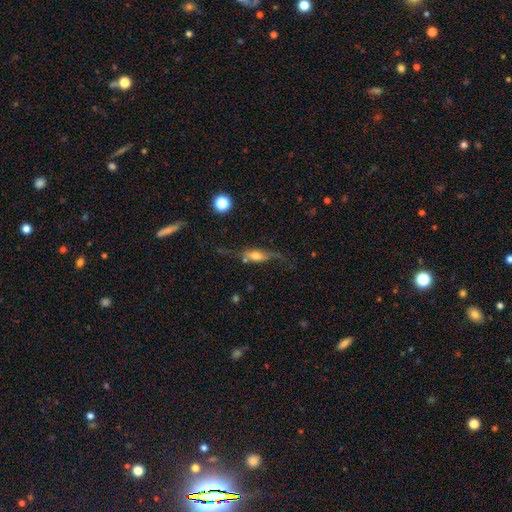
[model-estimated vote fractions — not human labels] This is possibly a featured or disk galaxy (54%). It is likely viewed edge-on (60%). Merging: possibly none (52%).